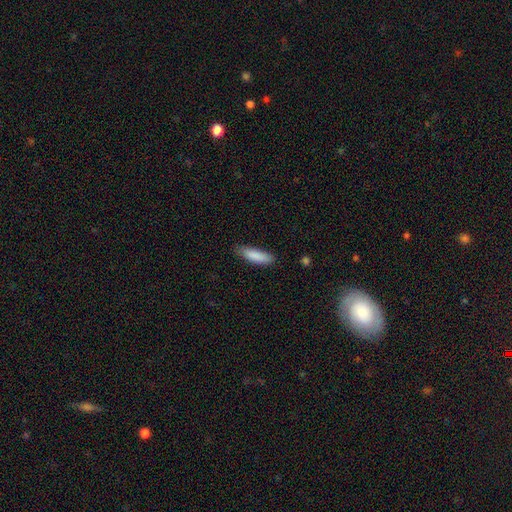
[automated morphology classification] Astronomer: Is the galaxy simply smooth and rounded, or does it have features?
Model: smooth — 88%.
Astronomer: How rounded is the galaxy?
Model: cigar-shaped — 58% (runner-up: in between, 40%).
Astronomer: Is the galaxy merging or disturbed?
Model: none — 80%.